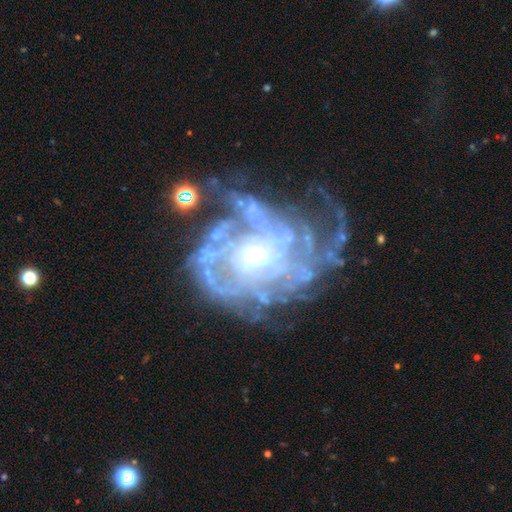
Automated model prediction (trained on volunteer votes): Smooth or featured?
  - featured or disk: 87% *
  - star or artifact: 7%
  - smooth: 6%
Edge-on disk?
  - no: 98% *
  - yes: 2%
Bar?
  - no: 77% *
  - weak: 17%
  - strong: 5%
Spiral arms?
  - yes: 86% *
  - no: 14%
Spiral winding?
  - tight: 59% *
  - medium: 28%
  - loose: 12%
Spiral arm count?
  - can't tell: 42% *
  - more than 4: 14%
  - 4: 14%
  - 3: 12%
  - 2: 11%
  - 1: 7%
Bulge size?
  - small: 65% *
  - moderate: 27%
  - large: 3%
  - none: 3%
  - dominant: 1%
Merging?
  - none: 47% *
  - major disturbance: 27%
  - minor disturbance: 21%
  - merger: 5%